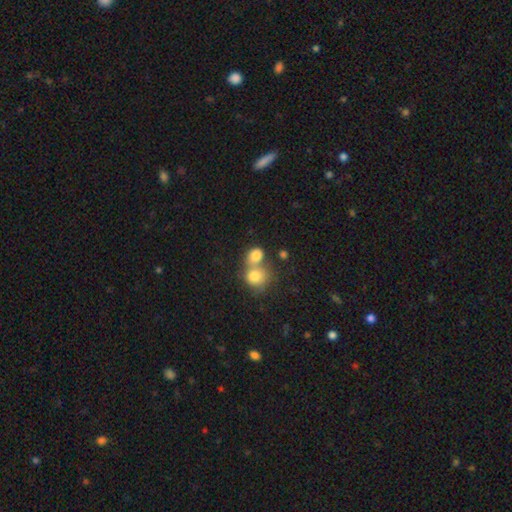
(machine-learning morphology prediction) A smooth galaxy with no disk features (81%) that is round (67%). Merging: merger (56%).